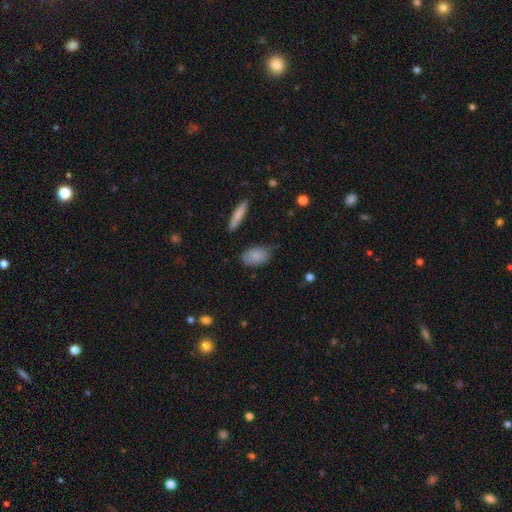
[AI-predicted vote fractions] Overall: smooth (83%). How rounded: in between (89%). Merging: none (64%; minor disturbance 27%).